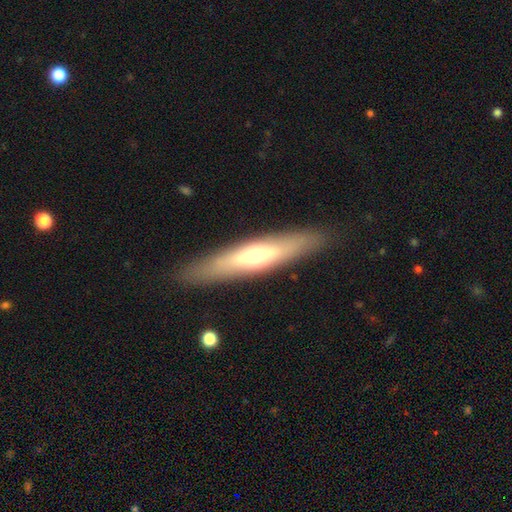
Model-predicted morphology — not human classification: This is possibly a featured or disk galaxy (50%). Merging: clearly none (87%).